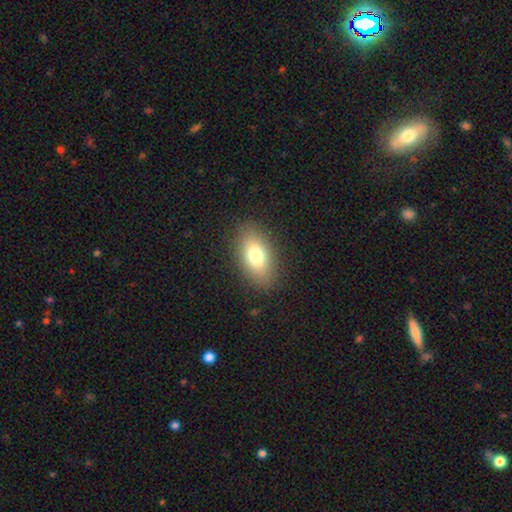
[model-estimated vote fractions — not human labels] smooth 75%, featured or disk 15%, star or artifact 9%. Down the decision tree: how rounded — in between (88%); merging — none (87%).